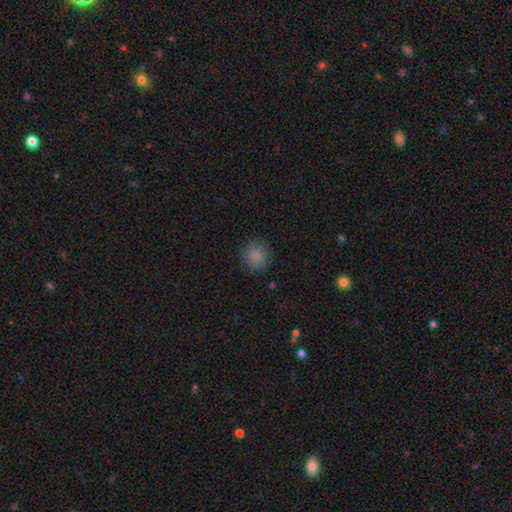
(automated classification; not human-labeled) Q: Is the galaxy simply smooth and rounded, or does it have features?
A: smooth — 84%.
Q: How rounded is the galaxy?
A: round — 84%.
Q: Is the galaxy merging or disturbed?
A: none — 84%.